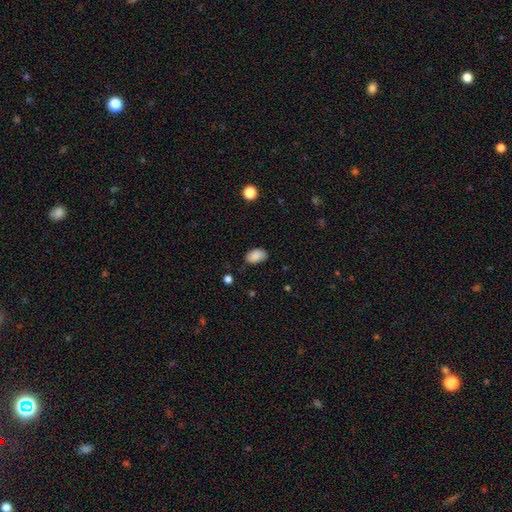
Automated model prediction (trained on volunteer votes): Smooth or featured? smooth (88%)
How rounded? in between (89%)
Merging? none (75%)